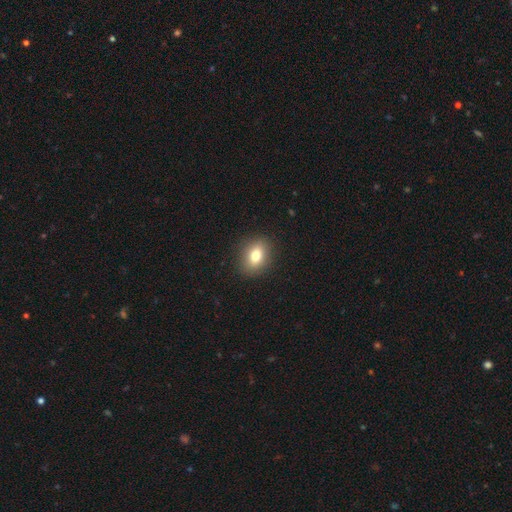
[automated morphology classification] Q: Smooth or featured?
A: smooth (77%); runner-up: featured or disk (13%)
Q: How rounded?
A: in between (66%); runner-up: round (32%)
Q: Merging?
A: none (89%); runner-up: minor disturbance (8%)